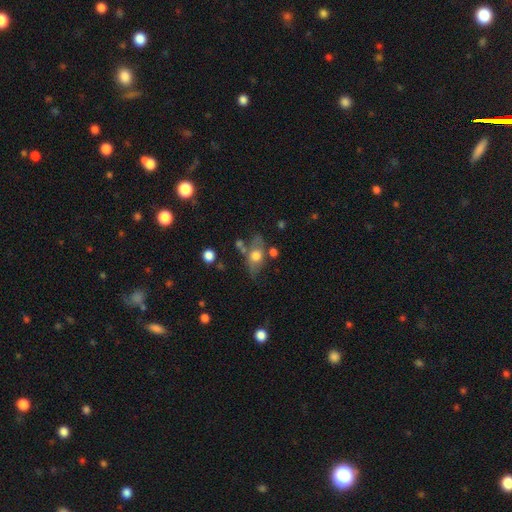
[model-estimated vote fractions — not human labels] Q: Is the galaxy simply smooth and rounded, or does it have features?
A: smooth — 57%.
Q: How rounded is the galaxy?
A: in between — 76%.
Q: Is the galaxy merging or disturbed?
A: none — 59%.